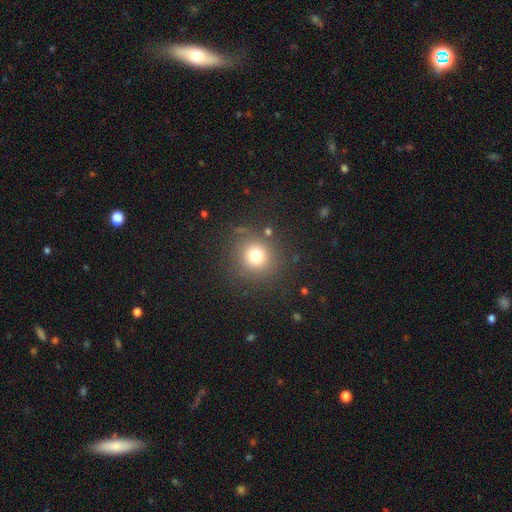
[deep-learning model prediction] This is likely a smooth galaxy (76%). How rounded: clearly round (91%). Merging: clearly none (84%).